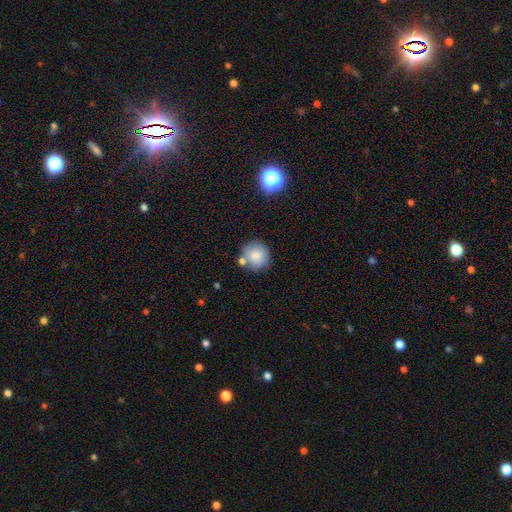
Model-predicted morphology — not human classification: This is clearly a smooth galaxy (81%). How rounded: clearly round (92%). Merging: likely none (71%).